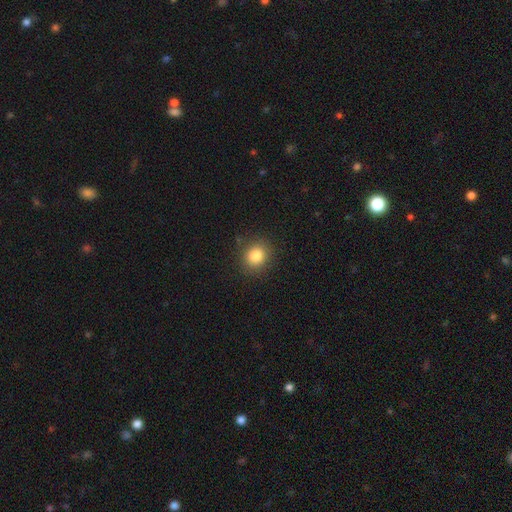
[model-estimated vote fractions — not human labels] This is clearly a smooth galaxy (82%). How rounded: likely round (78%). Merging: clearly none (88%).